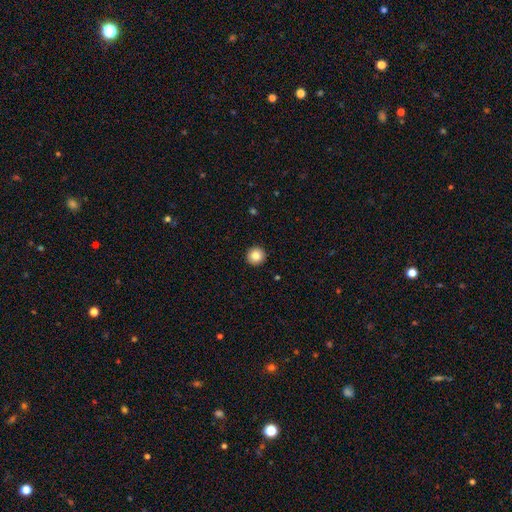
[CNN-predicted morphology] A smooth galaxy with no disk features (85%) that is round (95%). Merging: none (93%).